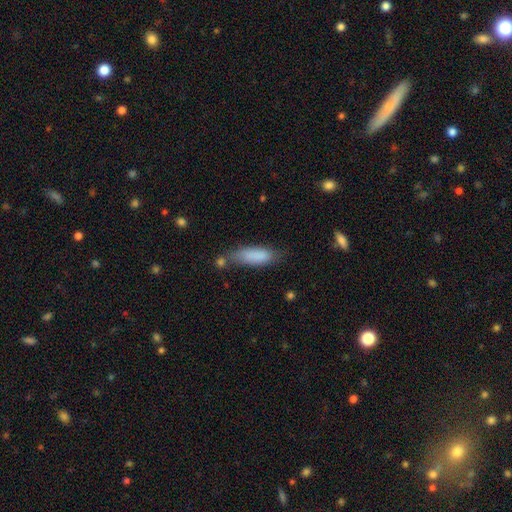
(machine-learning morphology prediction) type=smooth (84%); roundness=in between (54%); merging=none (57%).